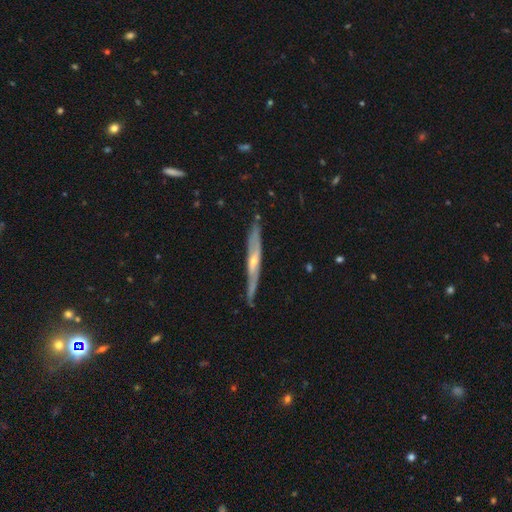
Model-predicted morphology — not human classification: This is likely a featured or disk galaxy (74%). It is clearly viewed edge-on (90%). Edge-on bulge: likely rounded (67%). Merging: clearly none (80%).